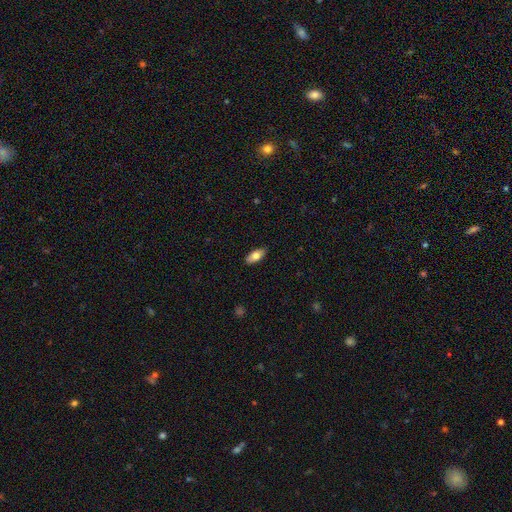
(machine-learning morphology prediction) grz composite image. It shows a smooth galaxy with no disk features (76%) that is in between round and cigar-shaped (88%). Merging: none (87%).